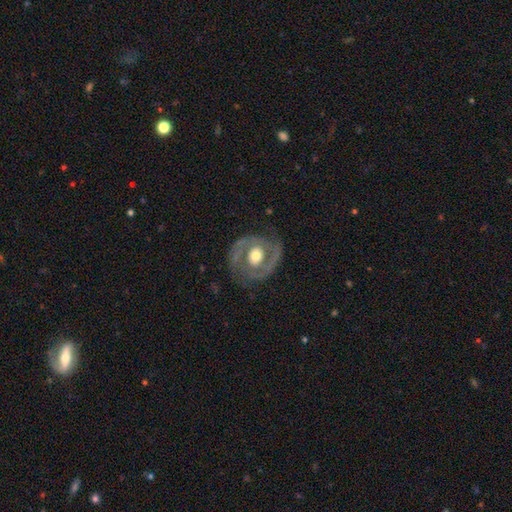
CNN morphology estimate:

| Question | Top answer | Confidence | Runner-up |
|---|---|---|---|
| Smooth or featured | featured or disk | 80% | smooth (16%) |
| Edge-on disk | no | 97% | yes (3%) |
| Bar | no | 64% | weak (25%) |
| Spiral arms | yes | 78% | no (22%) |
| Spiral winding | tight | 44% | medium (43%) |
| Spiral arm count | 2 | 82% | can't tell (8%) |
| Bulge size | moderate | 65% | large (25%) |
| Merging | none | 76% | minor disturbance (14%) |